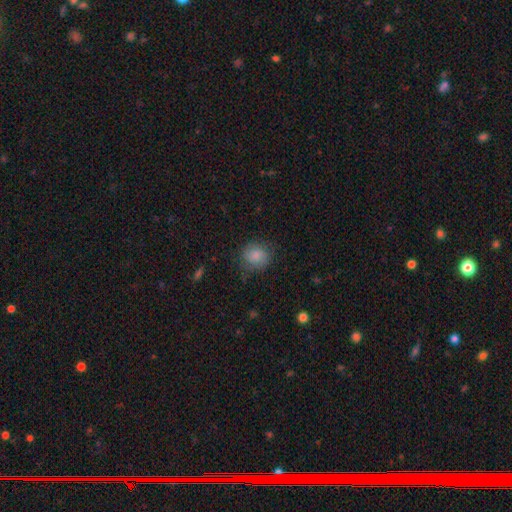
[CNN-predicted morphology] Smooth or featured? smooth (82%)
How rounded? round (78%)
Merging? none (70%)